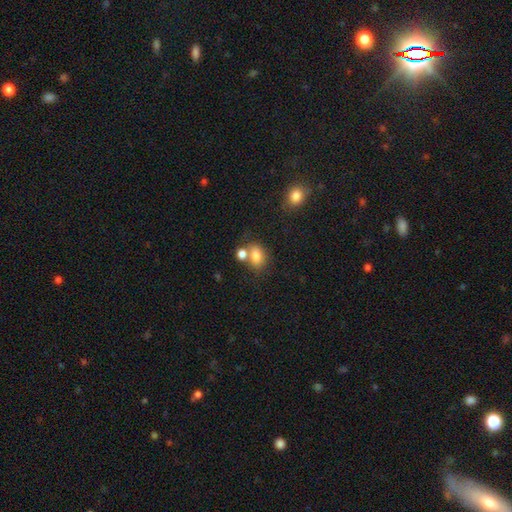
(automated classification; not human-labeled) A smooth galaxy with no disk features (80%) that is in between round and cigar-shaped (73%). Merging: none (46%).